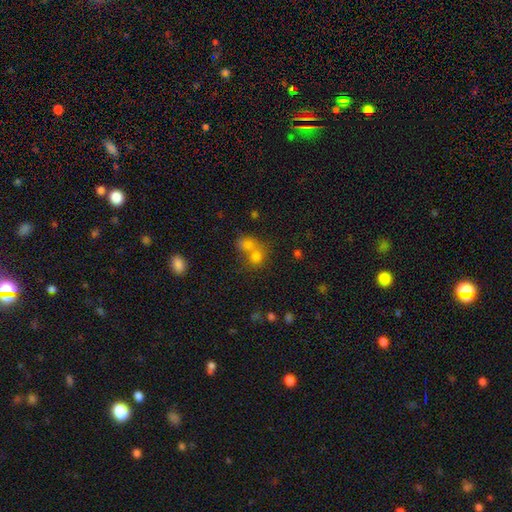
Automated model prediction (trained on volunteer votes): A smooth galaxy with no disk features (71%) that is round (71%). Merging: merger (59%).